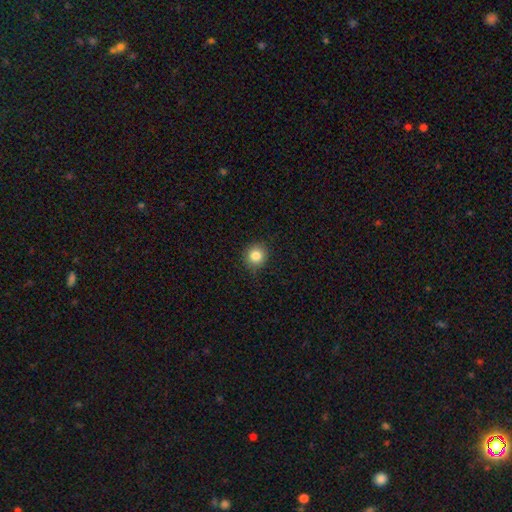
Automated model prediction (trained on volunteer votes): Q: Smooth or featured?
A: smooth (84%); runner-up: star or artifact (10%)
Q: How rounded?
A: round (89%); runner-up: in between (10%)
Q: Merging?
A: none (89%); runner-up: minor disturbance (8%)